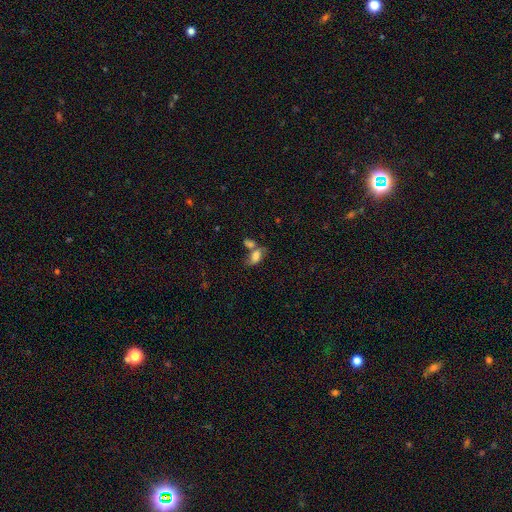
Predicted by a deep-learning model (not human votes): Q: Smooth or featured?
A: smooth (68%); runner-up: featured or disk (21%)
Q: How rounded?
A: in between (87%); runner-up: round (8%)
Q: Merging?
A: merger (44%); runner-up: none (29%)